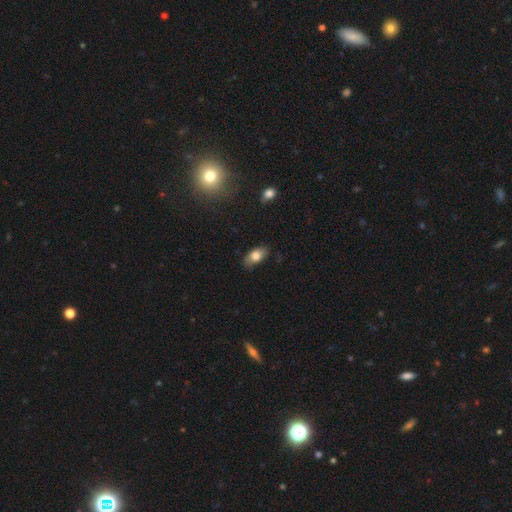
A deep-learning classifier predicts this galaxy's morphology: This is likely a smooth galaxy (79%). How rounded: clearly in between (89%). Merging: likely none (79%).